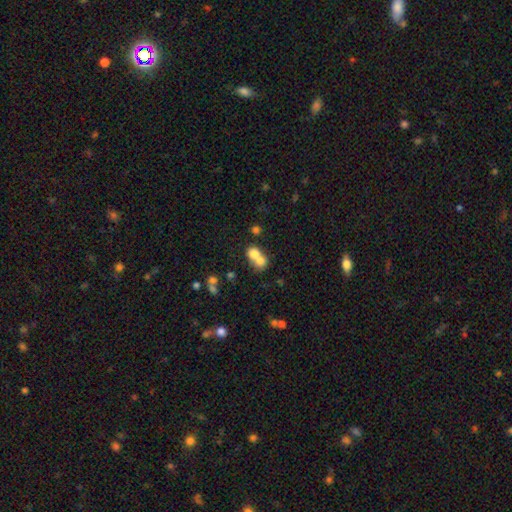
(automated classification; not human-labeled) Smooth or featured?
  - smooth: 74% *
  - featured or disk: 15%
  - star or artifact: 11%
How rounded?
  - round: 72% *
  - in between: 27%
  - cigar-shaped: 1%
Merging?
  - merger: 67% *
  - none: 26%
  - minor disturbance: 5%
  - major disturbance: 3%